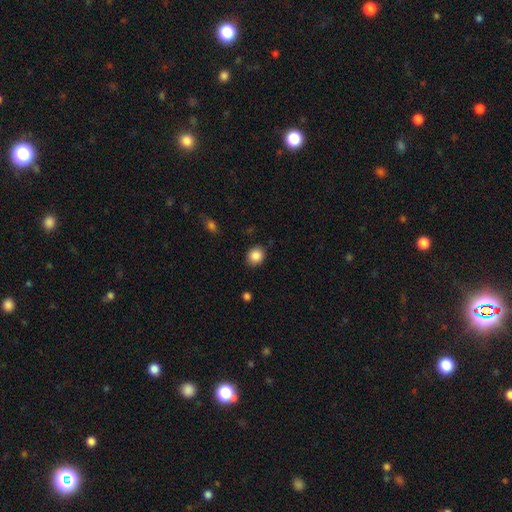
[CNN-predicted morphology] Smooth or featured: smooth — 87% (star or artifact — 9%)
How rounded: round — 66% (in between — 33%)
Merging: none — 85% (minor disturbance — 11%)